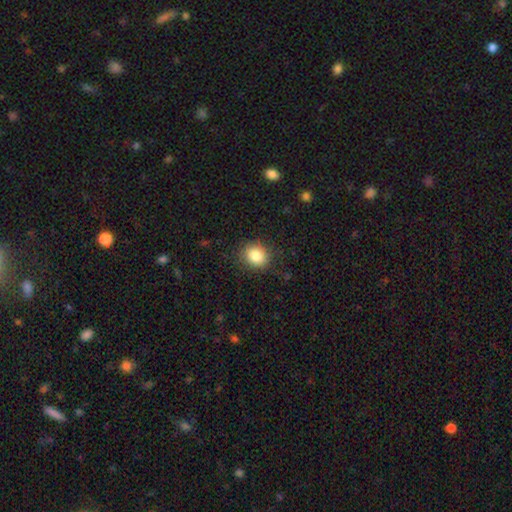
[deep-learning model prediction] Overall: smooth (85%). How rounded: round (61%; in between 38%). Merging: none (85%).